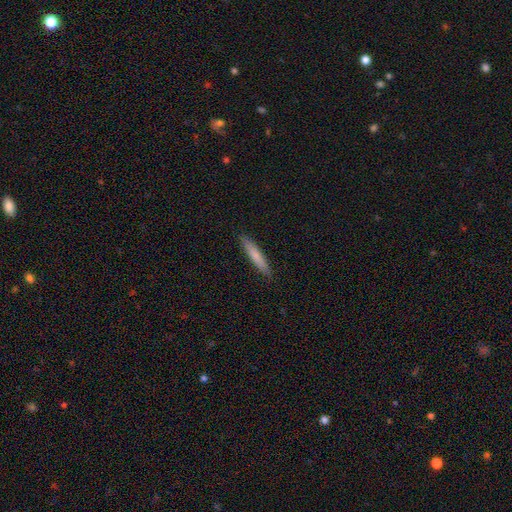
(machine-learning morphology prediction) The model was most divided on "smooth or featured": smooth: 73%, featured or disk: 22%, star or artifact: 6%. More confident: how rounded — cigar-shaped (92%); merging — none (90%).